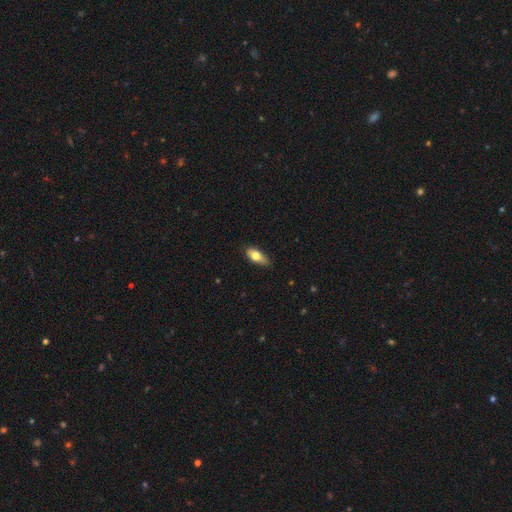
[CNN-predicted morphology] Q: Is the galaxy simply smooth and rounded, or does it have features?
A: smooth — 69%.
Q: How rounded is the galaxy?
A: in between — 78%.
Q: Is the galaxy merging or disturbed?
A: none — 76%.